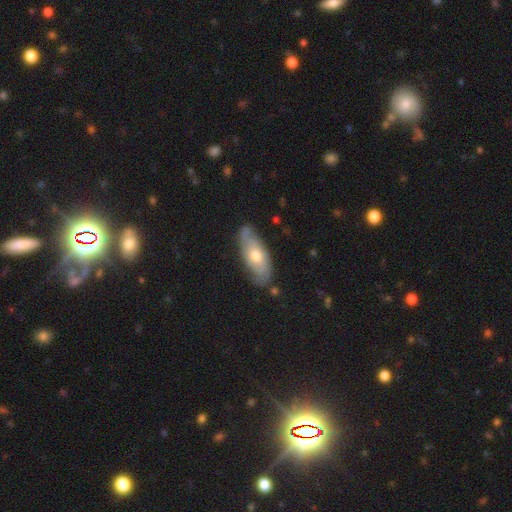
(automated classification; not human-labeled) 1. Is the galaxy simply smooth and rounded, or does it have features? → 53% featured or disk, 40% smooth, 7% star or artifact.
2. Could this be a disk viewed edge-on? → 77% no, 23% yes.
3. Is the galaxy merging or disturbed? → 79% none, 16% minor disturbance, 3% major disturbance, 2% merger.